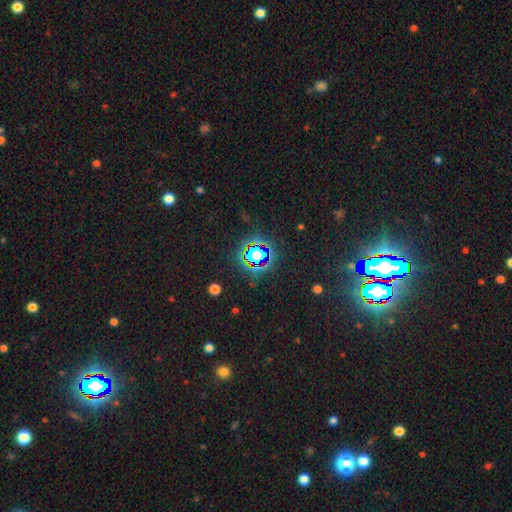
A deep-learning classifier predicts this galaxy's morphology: Q: Smooth or featured?
A: star or artifact (68%); runner-up: smooth (21%)